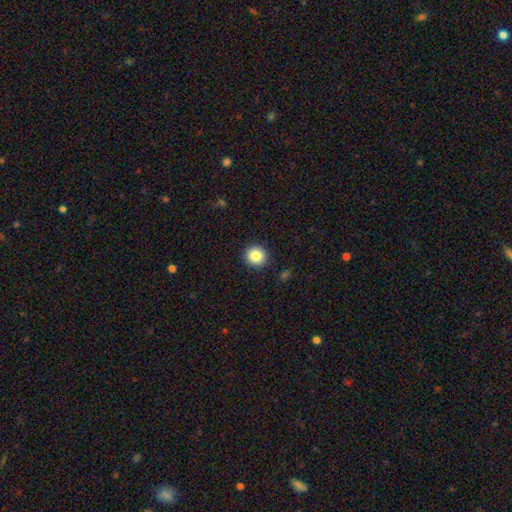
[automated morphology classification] Overall: smooth (85%). How rounded: round (93%). Merging: none (92%).